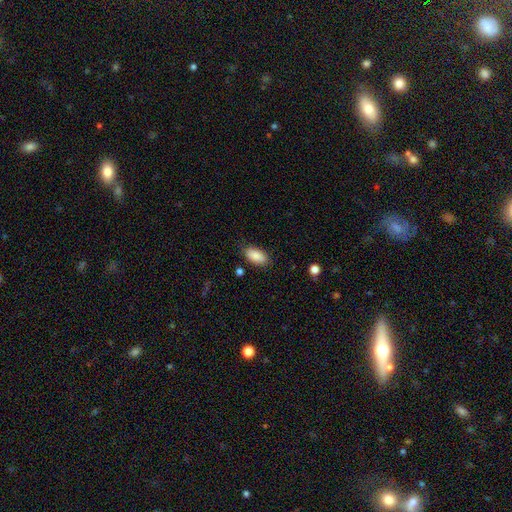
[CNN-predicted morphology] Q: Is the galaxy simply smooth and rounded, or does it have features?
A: smooth — 87%.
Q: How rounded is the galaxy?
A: in between — 93%.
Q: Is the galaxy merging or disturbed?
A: none — 81%.